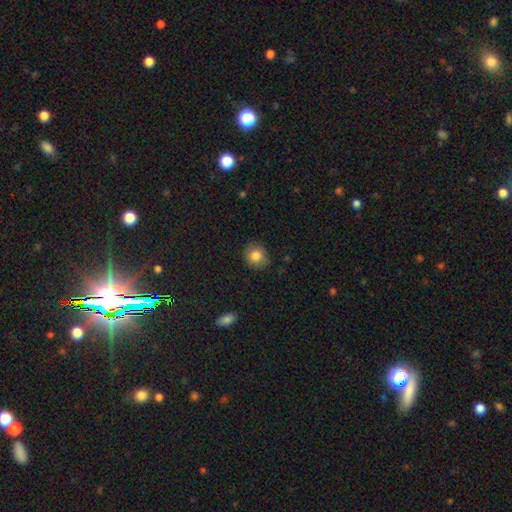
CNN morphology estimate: smooth 83%, star or artifact 9%, featured or disk 8%. Down the decision tree: how rounded — round (81%); merging — none (85%).